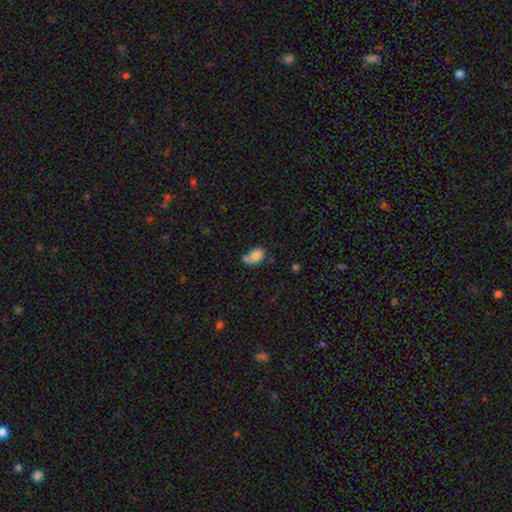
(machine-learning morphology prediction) A smooth galaxy with no disk features (80%) that is in between round and cigar-shaped (78%).

Vote fractions:
- Smooth or featured? smooth: 80% / featured or disk: 11% / star or artifact: 9%
- How rounded? in between: 78% / round: 20% / cigar-shaped: 1%
- Merging? merger: 35% (tied) / none: 35% (tied) / minor disturbance: 19% / major disturbance: 11%